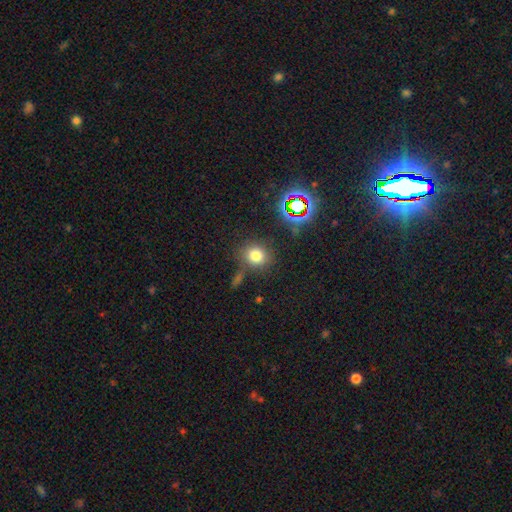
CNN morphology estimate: The model was most divided on "how rounded": round: 76%, in between: 22%, cigar-shaped: 1%. More confident: merging — none (76%); smooth or featured — smooth (74%).